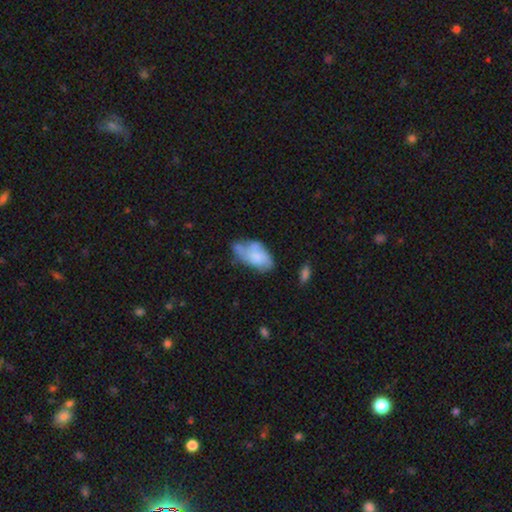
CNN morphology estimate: type=smooth (58%); roundness=in between (93%); merging=minor disturbance (35%).